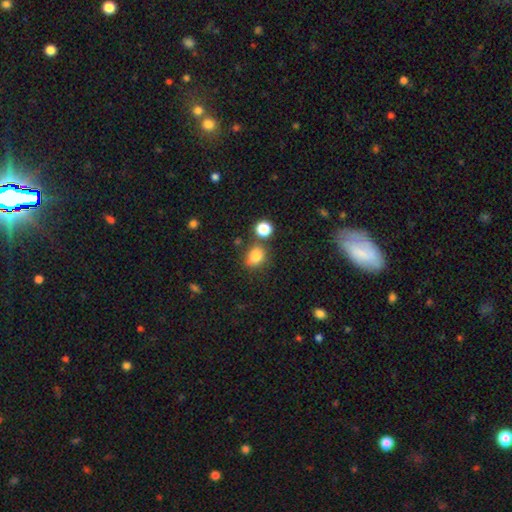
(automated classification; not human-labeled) This appears to be a smooth galaxy with no disk features (82%) that is round (55%). Merging: none (68%).